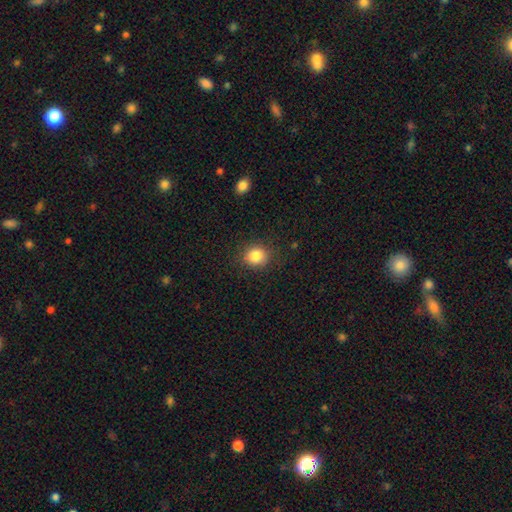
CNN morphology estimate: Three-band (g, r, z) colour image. It shows a smooth galaxy with no disk features (84%) that is round (79%). Merging: none (86%).